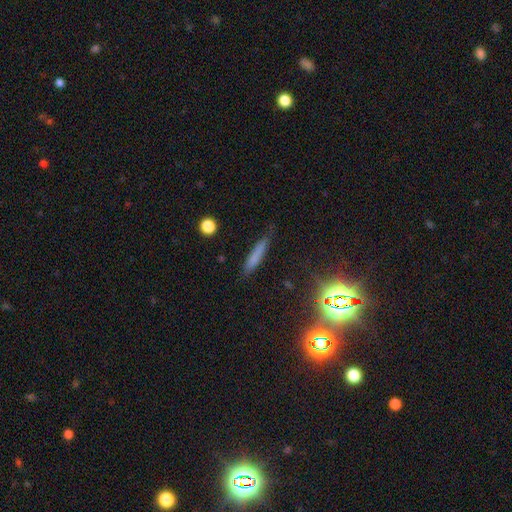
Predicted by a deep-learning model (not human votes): smooth 67%, featured or disk 17%, star or artifact 15%. Down the decision tree: how rounded — cigar-shaped (90%); merging — none (81%).